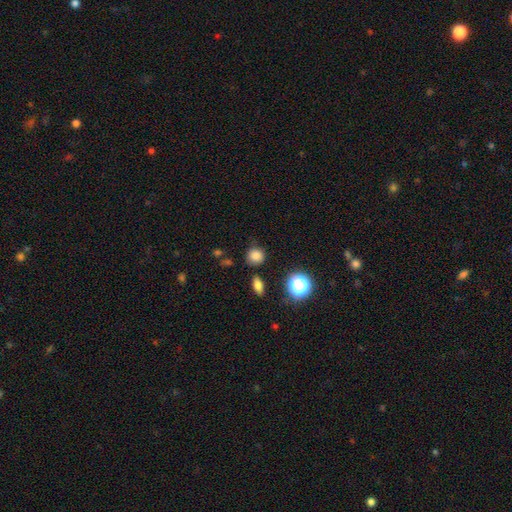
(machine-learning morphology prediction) Smooth or featured? smooth (80%)
How rounded? round (86%)
Merging? none (76%)